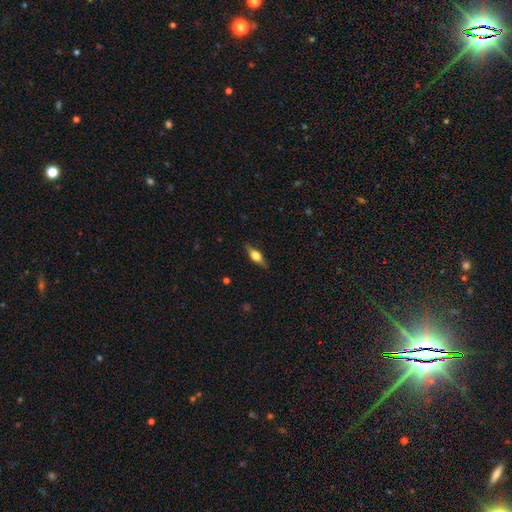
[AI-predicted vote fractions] Morphology: type=featured or disk (56%); edge-on=yes (95%); edge-on bulge=rounded (90%); merging=none (85%).